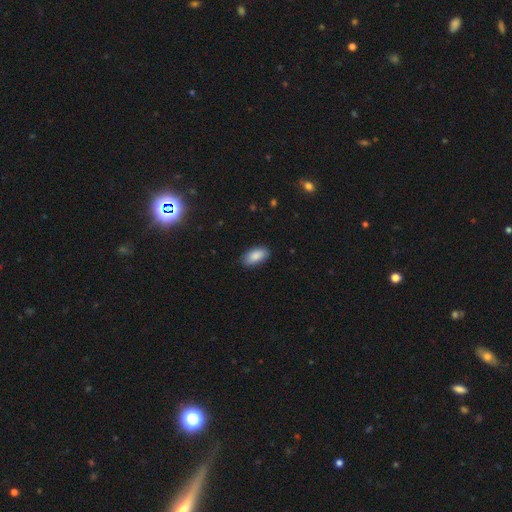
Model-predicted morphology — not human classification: The model was most divided on "merging": none: 86%, minor disturbance: 11%, major disturbance: 2%, merger: 1%. More confident: how rounded — in between (92%); smooth or featured — smooth (88%).